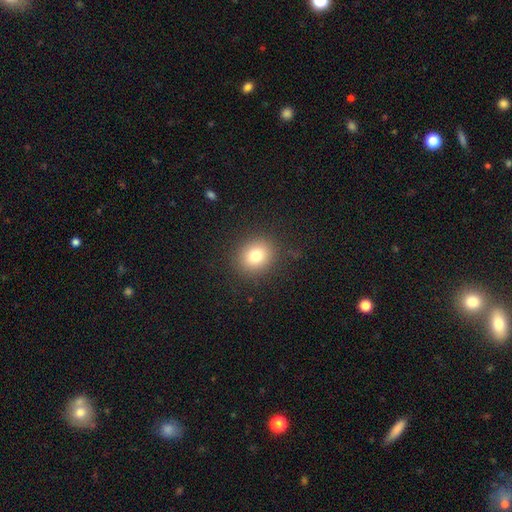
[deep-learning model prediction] Smooth or featured? smooth (78%)
How rounded? round (80%)
Merging? none (88%)